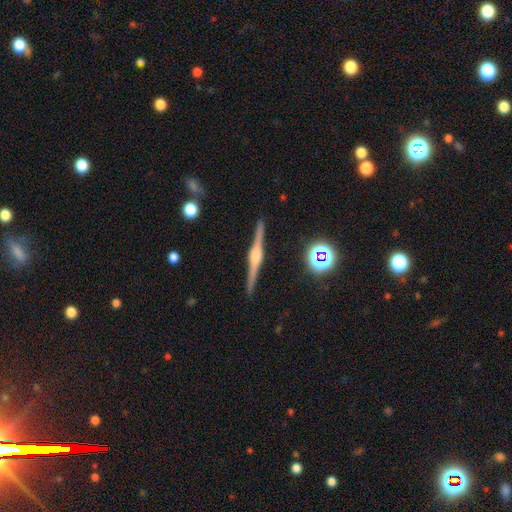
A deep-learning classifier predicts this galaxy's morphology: A featured or disk galaxy (86%) viewed edge-on (98%) with a rounded central bulge (79%).

Vote fractions:
- Smooth or featured? featured or disk: 86% / smooth: 8% / star or artifact: 7%
- Edge-on disk? yes: 98% / no: 2%
- Edge-on bulge? rounded: 79% / boxy: 18% / none: 3%
- Merging? none: 91% / minor disturbance: 6% / major disturbance: 1% / merger: 1%